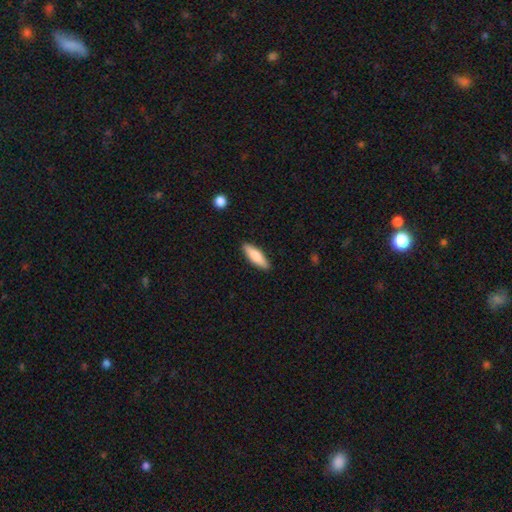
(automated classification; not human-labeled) smooth 75%, featured or disk 20%, star or artifact 5%. Down the decision tree: how rounded — cigar-shaped (56%); merging — none (89%).